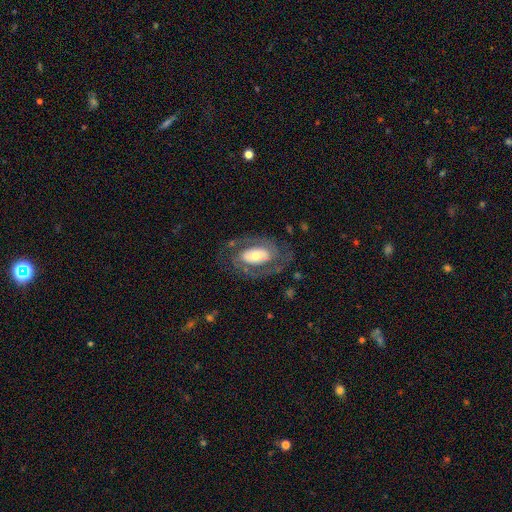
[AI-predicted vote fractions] A featured or disk galaxy (73%) with no bar (56%), 2 (78%) tight (44%) spiral arms (76%) and a moderate central bulge (43%). Merging: none (72%).